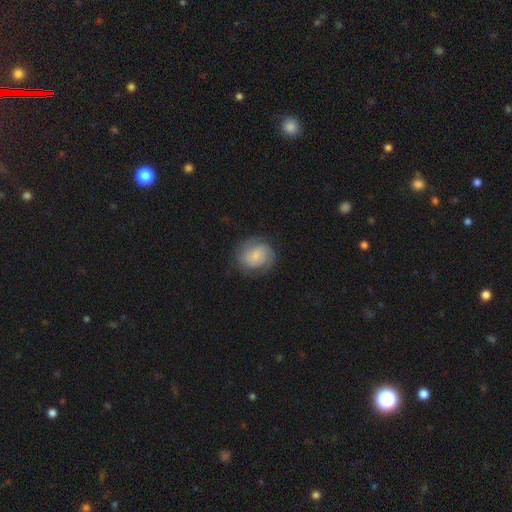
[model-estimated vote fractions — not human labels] Q: Smooth or featured?
A: featured or disk (49%); runner-up: smooth (43%)
Q: Merging?
A: none (75%); runner-up: minor disturbance (17%)